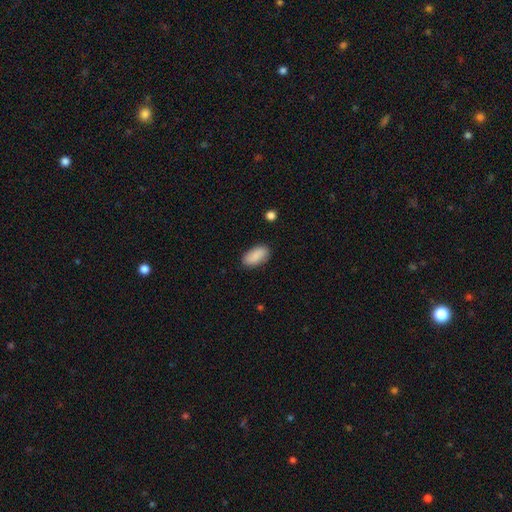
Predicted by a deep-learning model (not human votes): Overall: smooth (88%). How rounded: in between (93%). Merging: none (85%).